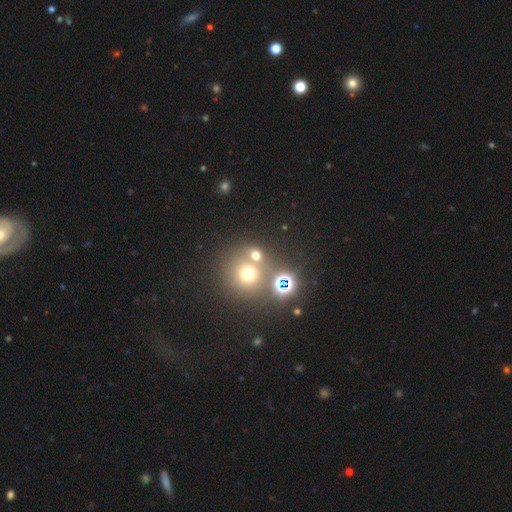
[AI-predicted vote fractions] Smooth or featured? Predicted: smooth (p=0.60). How rounded? Predicted: round (p=0.86). Merging? Predicted: none (p=0.60).